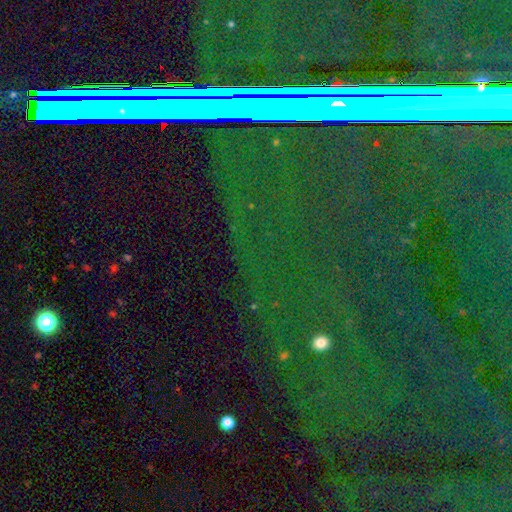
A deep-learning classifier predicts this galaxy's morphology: Smooth or featured? Predicted: star or artifact (p=0.82).